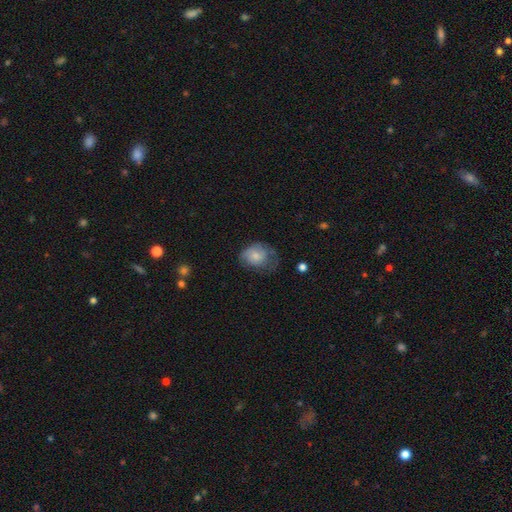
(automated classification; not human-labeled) smooth 70%, featured or disk 22%, star or artifact 8%. Down the decision tree: how rounded — in between (54%); merging — minor disturbance (35%).